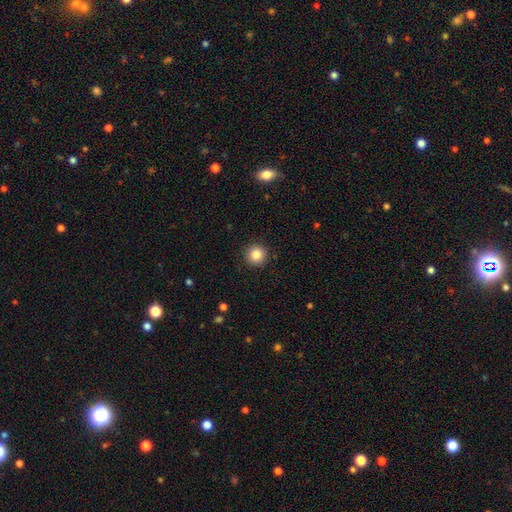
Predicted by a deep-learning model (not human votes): Morphology: type=smooth (86%); roundness=round (94%); merging=none (91%).